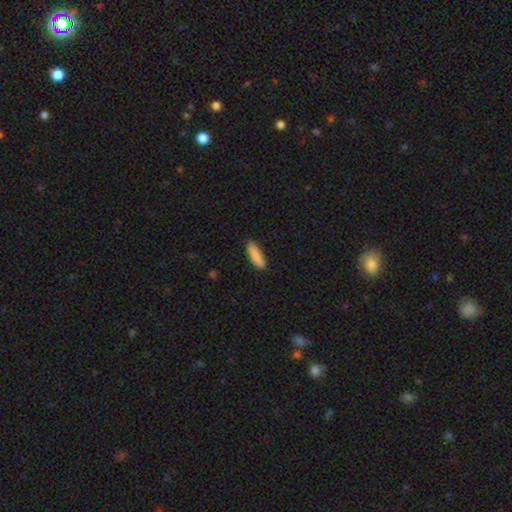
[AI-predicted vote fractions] Q: Smooth or featured?
A: smooth (88%); runner-up: star or artifact (6%)
Q: How rounded?
A: cigar-shaped (60%); runner-up: in between (38%)
Q: Merging?
A: none (85%); runner-up: minor disturbance (12%)